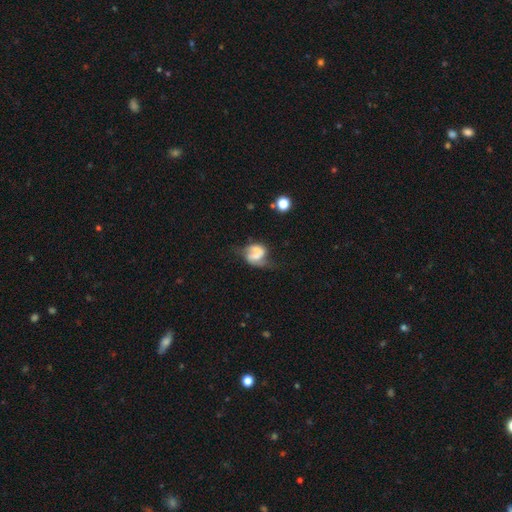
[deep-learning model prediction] featured or disk 61%, smooth 30%, star or artifact 9%. Down the decision tree: edge-on disk — no (97%); bar — no (44%); spiral arms — yes (78%); bulge size — none (43%); merging — none (39%).